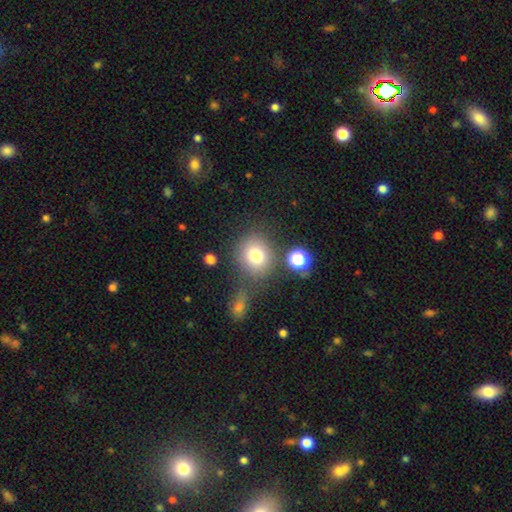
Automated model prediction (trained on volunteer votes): The model was most divided on "merging": none: 70%, minor disturbance: 13%, merger: 11%, major disturbance: 6%. More confident: how rounded — round (82%); smooth or featured — smooth (76%).